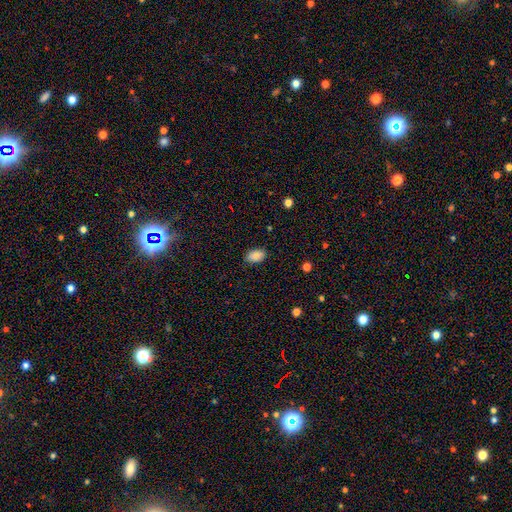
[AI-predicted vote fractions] This appears to be a smooth galaxy with no disk features (88%) that is in between round and cigar-shaped (91%). Merging: none (84%).